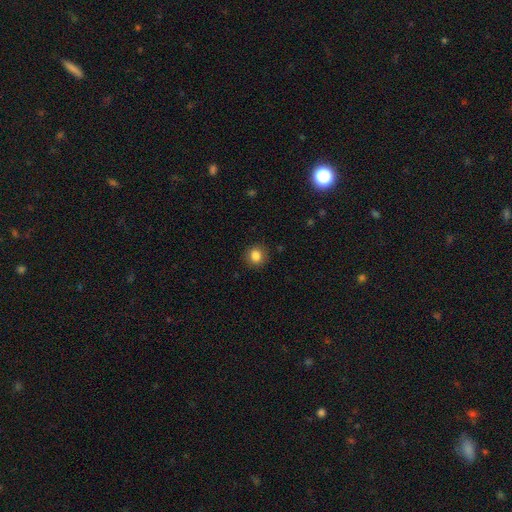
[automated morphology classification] Smooth or featured: smooth — 85% (star or artifact — 10%)
How rounded: round — 82% (in between — 17%)
Merging: none — 88% (minor disturbance — 9%)